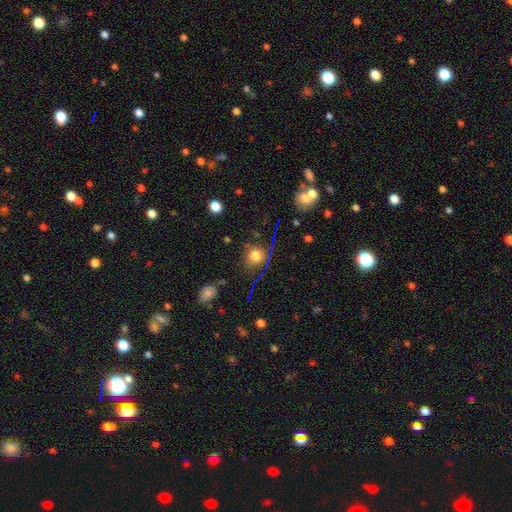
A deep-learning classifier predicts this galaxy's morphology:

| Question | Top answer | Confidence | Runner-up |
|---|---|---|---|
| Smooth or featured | smooth | 75% | star or artifact (16%) |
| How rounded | round | 89% | in between (10%) |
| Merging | none | 78% | minor disturbance (13%) |